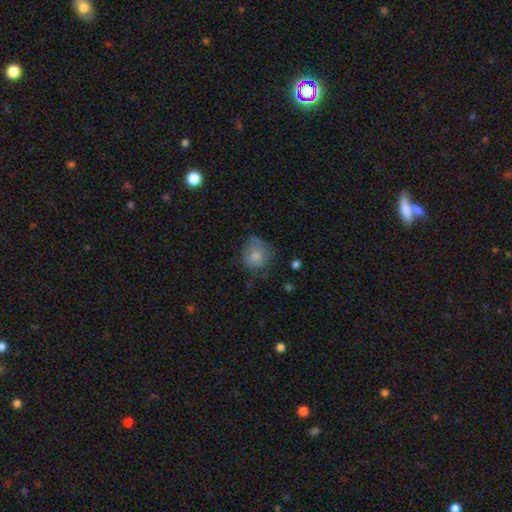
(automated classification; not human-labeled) The model was most divided on "merging": none: 49%, minor disturbance: 32%, major disturbance: 17%, merger: 3%. More confident: smooth or featured — smooth (79%); how rounded — round (75%).